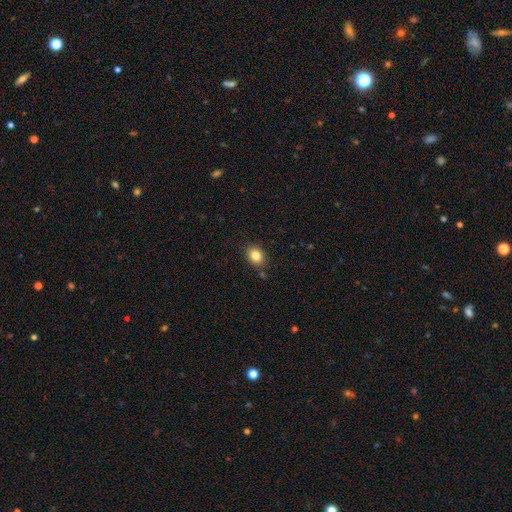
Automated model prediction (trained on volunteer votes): Smooth or featured: smooth — 84% (star or artifact — 10%)
How rounded: round — 50% (in between — 49%)
Merging: none — 85% (minor disturbance — 10%)